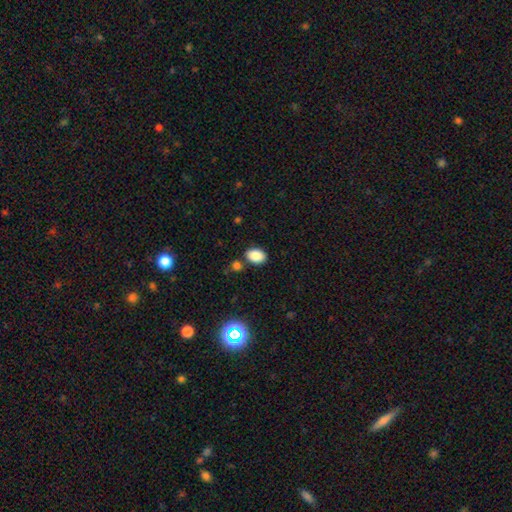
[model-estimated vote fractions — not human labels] smooth 87%, star or artifact 9%, featured or disk 4%. Down the decision tree: how rounded — in between (79%); merging — none (79%).